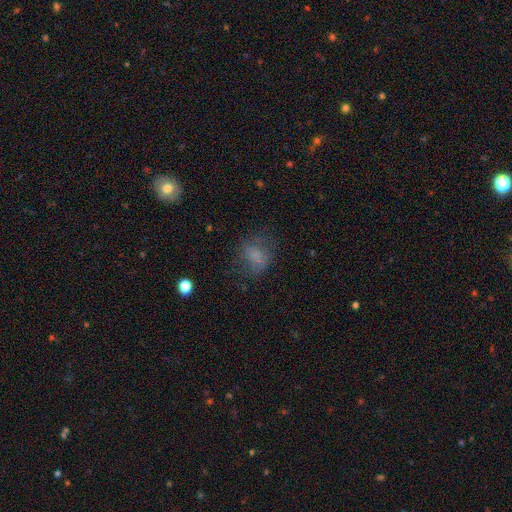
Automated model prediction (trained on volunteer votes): Smooth or featured?
  - smooth: 67% *
  - featured or disk: 18%
  - star or artifact: 15%
How rounded?
  - round: 51% *
  - in between: 48%
  - cigar-shaped: 1%
Merging?
  - none: 54% *
  - minor disturbance: 22%
  - major disturbance: 20%
  - merger: 3%